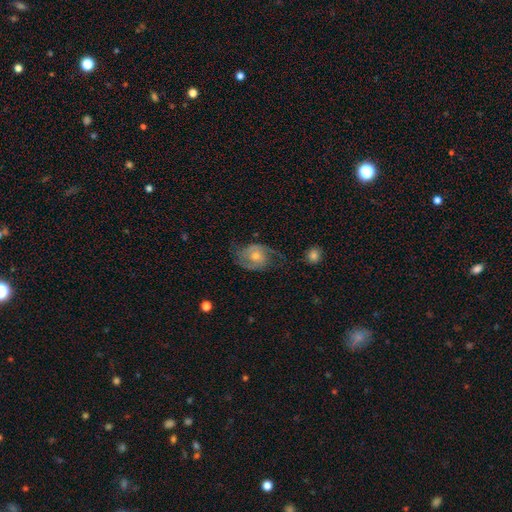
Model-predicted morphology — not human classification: The model was most divided on "spiral winding": medium: 46%, tight: 29%, loose: 25%. More confident: edge-on disk — no (97%); spiral arms — yes (90%); spiral arm count — 2 (78%); smooth or featured — featured or disk (75%); bar — no (69%); merging — none (61%); bulge size — moderate (57%).